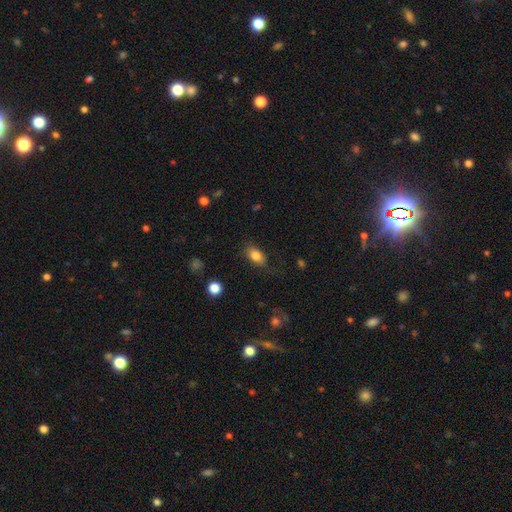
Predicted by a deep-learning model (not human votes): This appears to be a smooth galaxy with no disk features (82%) that is in between round and cigar-shaped (87%). Merging: none (76%).